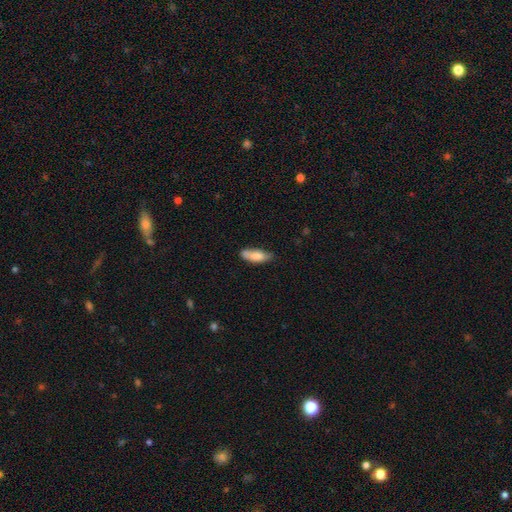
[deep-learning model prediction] Smooth or featured: smooth — 79% (featured or disk — 14%)
How rounded: in between — 67% (cigar-shaped — 32%)
Merging: none — 61% (minor disturbance — 28%)